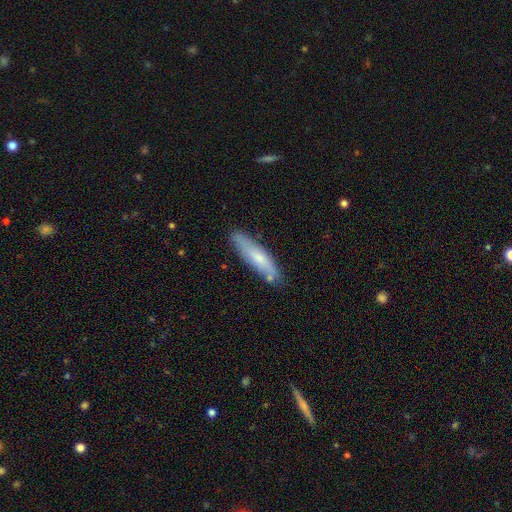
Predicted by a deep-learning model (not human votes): Q: Smooth or featured?
A: smooth (55%); runner-up: featured or disk (38%)
Q: How rounded?
A: cigar-shaped (81%); runner-up: in between (17%)
Q: Merging?
A: none (81%); runner-up: minor disturbance (14%)